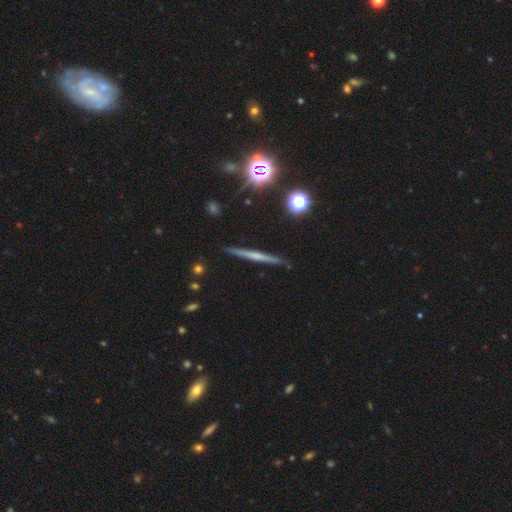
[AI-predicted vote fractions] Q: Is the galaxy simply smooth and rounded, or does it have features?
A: featured or disk — 54%.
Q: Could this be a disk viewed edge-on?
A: yes — 97%.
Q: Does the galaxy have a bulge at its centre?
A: none — 60%.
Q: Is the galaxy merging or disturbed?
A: none — 90%.